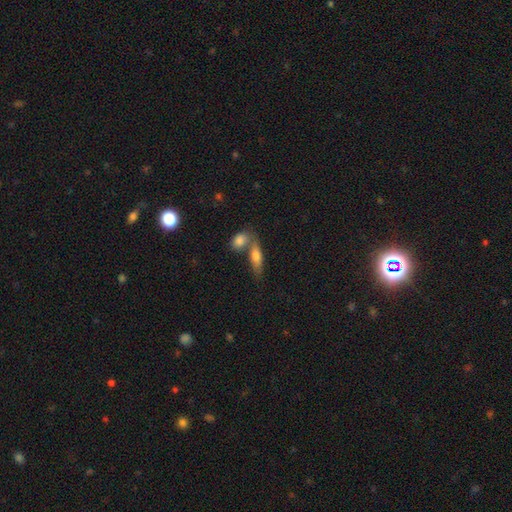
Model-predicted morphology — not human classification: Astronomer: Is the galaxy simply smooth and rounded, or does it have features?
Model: smooth — 73%.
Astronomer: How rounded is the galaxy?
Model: in between — 67%.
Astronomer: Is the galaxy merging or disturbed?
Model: merger — 45% (runner-up: none, 40%).